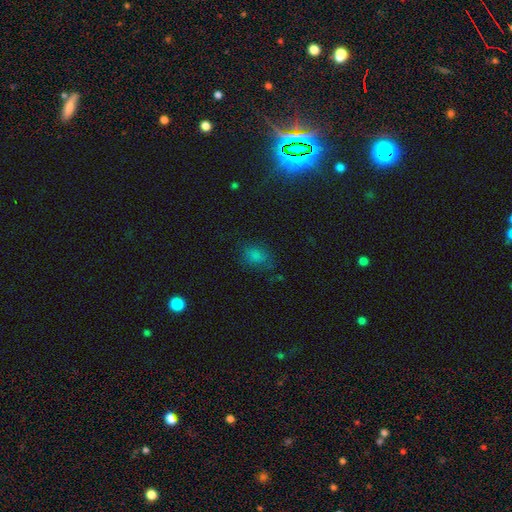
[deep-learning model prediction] A smooth galaxy with no disk features (74%) that is in between round and cigar-shaped (74%). Merging: none (63%).